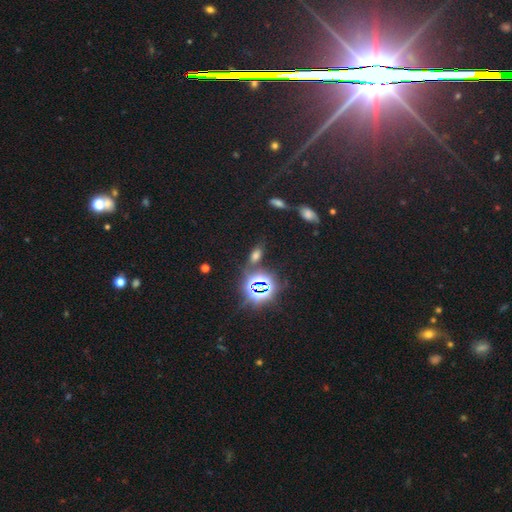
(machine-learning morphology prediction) Q: Smooth or featured?
A: smooth (50%); runner-up: star or artifact (41%)
Q: How rounded?
A: in between (80%); runner-up: cigar-shaped (10%)
Q: Merging?
A: none (75%); runner-up: minor disturbance (12%)